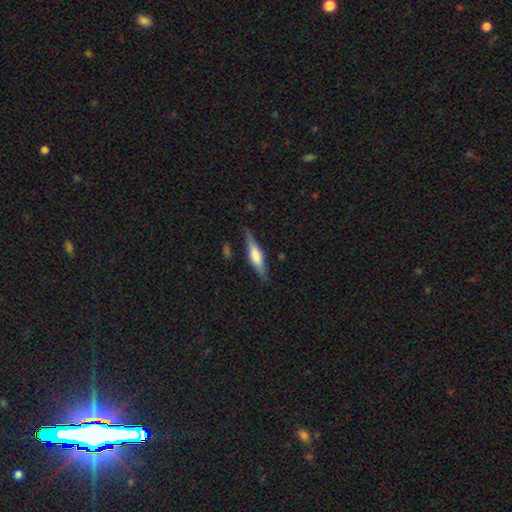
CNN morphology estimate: Smooth or featured: smooth — 50% (featured or disk — 44%)
How rounded: cigar-shaped — 79% (in between — 19%)
Merging: none — 80% (minor disturbance — 15%)